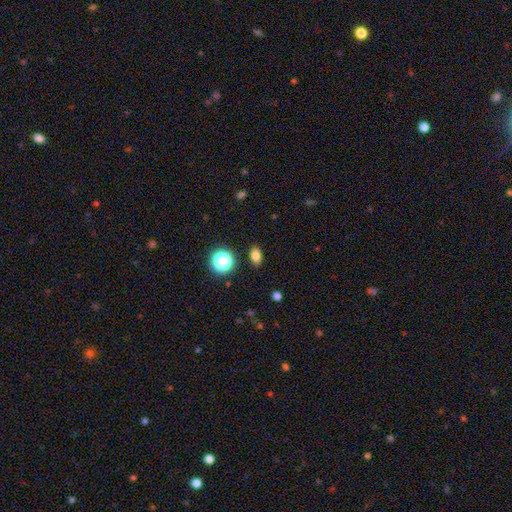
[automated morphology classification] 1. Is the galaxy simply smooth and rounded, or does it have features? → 78% smooth, 15% star or artifact, 7% featured or disk.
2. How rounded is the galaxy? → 76% in between, 22% round, 2% cigar-shaped.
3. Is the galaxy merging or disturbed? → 88% none, 8% minor disturbance, 2% major disturbance, 2% merger.